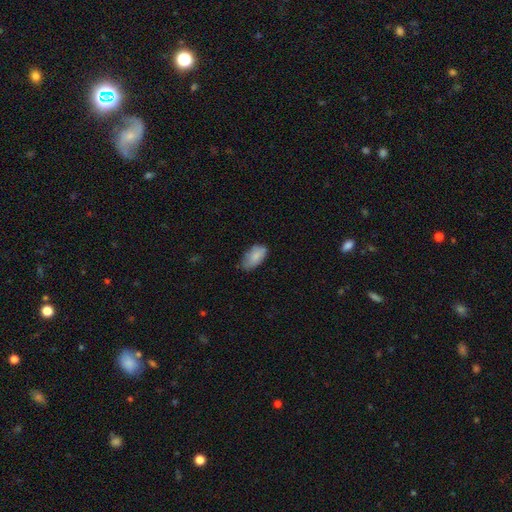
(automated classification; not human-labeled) Smooth or featured?
  - smooth: 84% *
  - featured or disk: 9%
  - star or artifact: 7%
How rounded?
  - in between: 94% *
  - round: 3%
  - cigar-shaped: 3%
Merging?
  - none: 64% *
  - minor disturbance: 29%
  - major disturbance: 5%
  - merger: 2%